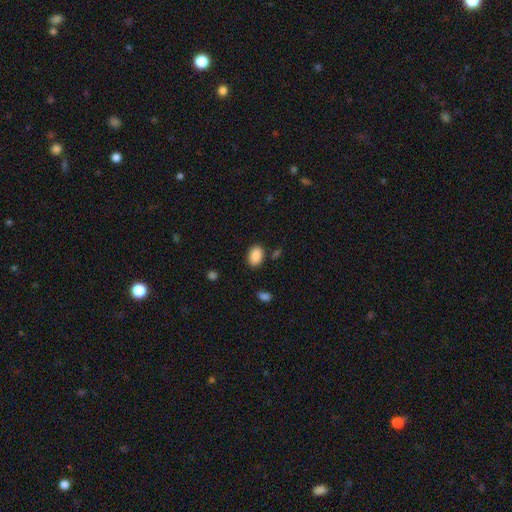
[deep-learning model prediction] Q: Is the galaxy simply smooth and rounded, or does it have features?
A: smooth — 89%.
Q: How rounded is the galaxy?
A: in between — 85%.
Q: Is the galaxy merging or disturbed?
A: none — 84%.